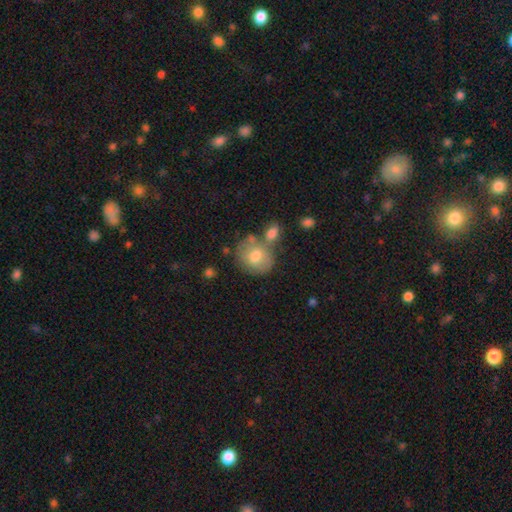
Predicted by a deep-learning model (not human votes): smooth-or-featured: smooth: 69% | featured or disk: 23% | star or artifact: 8%
  how-rounded: round: 72% | in between: 27% | cigar-shaped: 1%
  merging: none: 54% | merger: 25% | minor disturbance: 16% | major disturbance: 6%